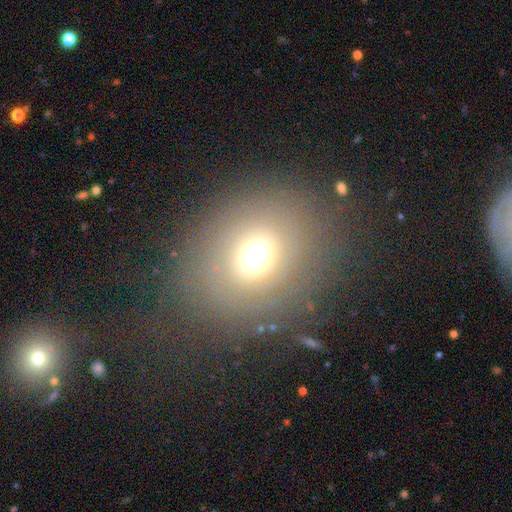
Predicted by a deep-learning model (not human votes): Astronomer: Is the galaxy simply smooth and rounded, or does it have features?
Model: smooth — 61%.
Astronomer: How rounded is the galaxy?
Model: round — 60% (runner-up: in between, 39%).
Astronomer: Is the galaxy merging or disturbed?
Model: none — 77%.